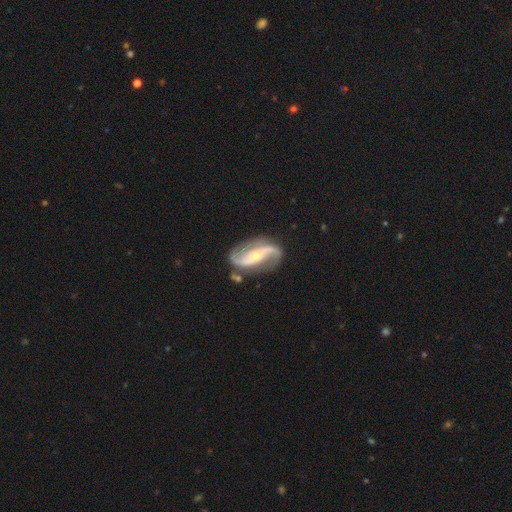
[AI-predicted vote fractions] featured or disk 91%, smooth 5%, star or artifact 4%. Down the decision tree: edge-on disk — no (97%); bar — no (40%); spiral arms — yes (97%); spiral arm count — 2 (94%); spiral winding — loose (60%); bulge size — small (60%); merging — none (80%).